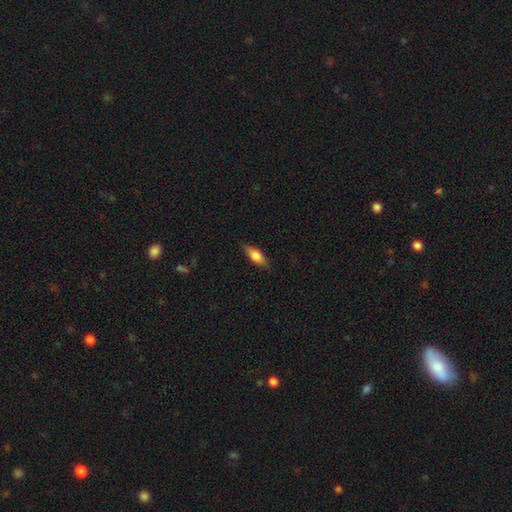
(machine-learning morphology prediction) The model was most divided on "how rounded": in between: 63%, cigar-shaped: 34%, round: 3%. More confident: merging — none (83%); smooth or featured — smooth (69%).